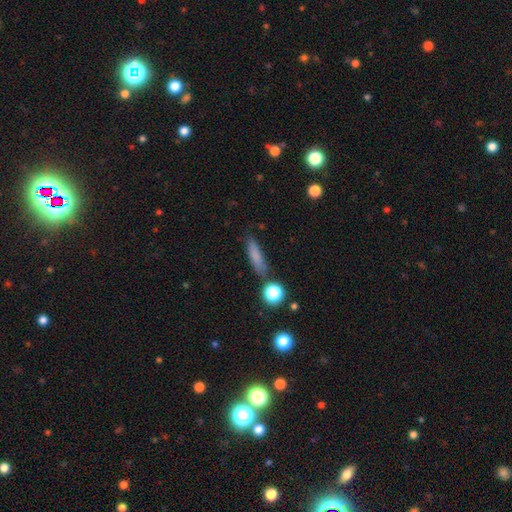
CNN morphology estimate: Smooth or featured? Predicted: smooth (p=0.78). How rounded? Predicted: cigar-shaped (p=0.71). Merging? Predicted: none (p=0.77).